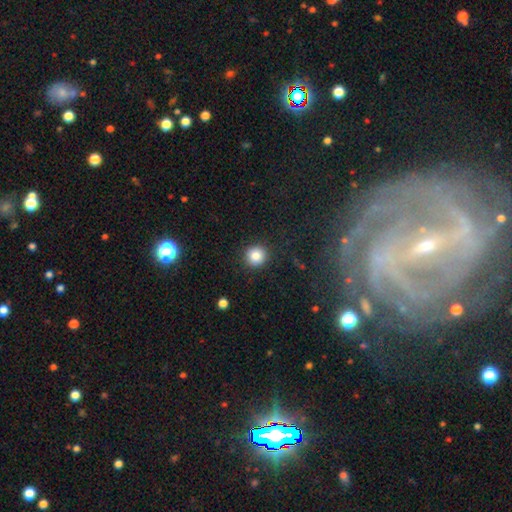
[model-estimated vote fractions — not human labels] Morphology: type=smooth (85%); roundness=round (92%); merging=none (90%).